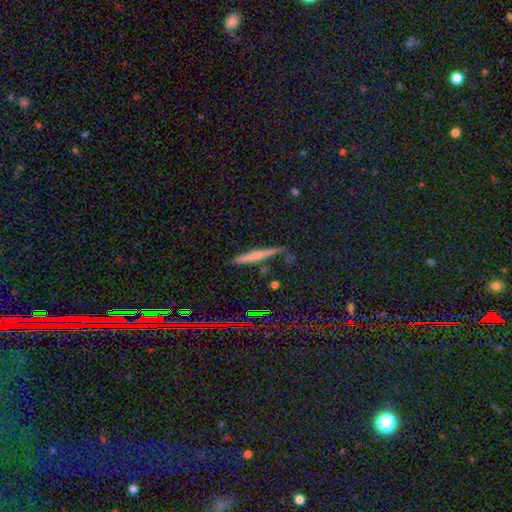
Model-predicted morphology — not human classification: A smooth galaxy with no disk features (46%).

Vote fractions:
- Smooth or featured? smooth: 46% / featured or disk: 38% / star or artifact: 15%
- Merging? none: 69% / minor disturbance: 19% / major disturbance: 6% / merger: 5%